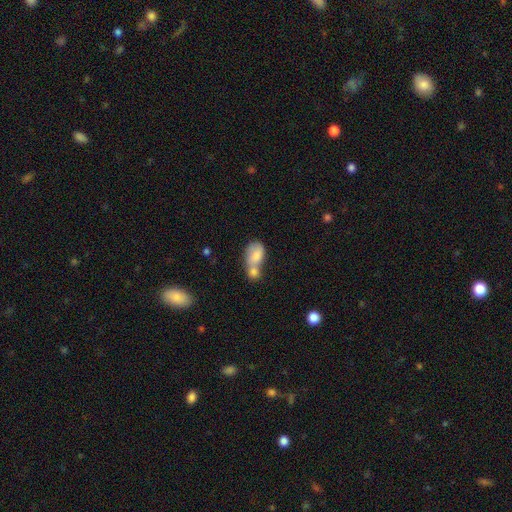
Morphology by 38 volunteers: smooth 82%, featured or disk 11%, star or artifact 8%. Down the decision tree: how rounded — in between (87%); merging — merger (49%).